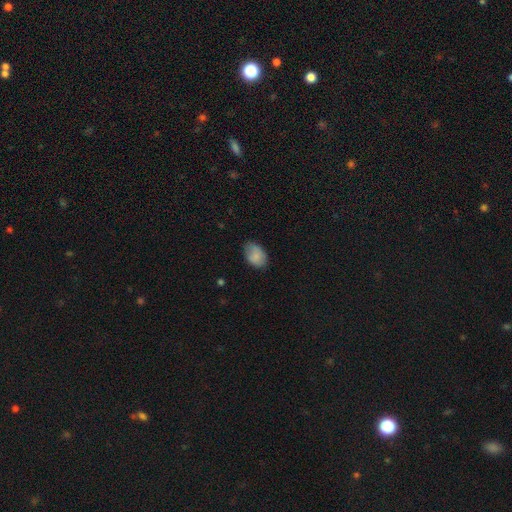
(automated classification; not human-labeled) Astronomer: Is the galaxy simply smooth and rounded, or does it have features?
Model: smooth — 83%.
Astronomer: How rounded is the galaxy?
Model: in between — 82%.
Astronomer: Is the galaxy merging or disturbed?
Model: none — 66%.